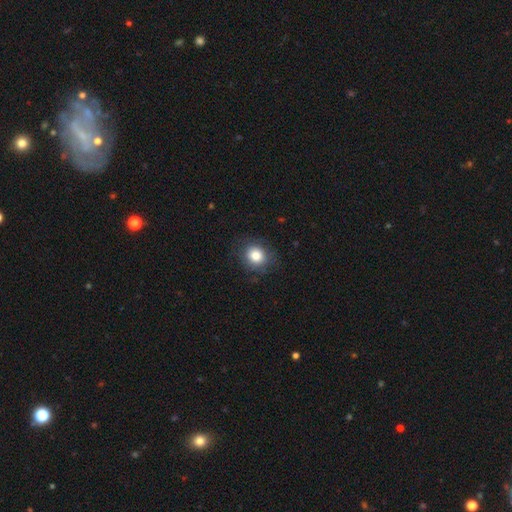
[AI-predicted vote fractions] smooth-or-featured: smooth: 81% | star or artifact: 11% | featured or disk: 8%
  how-rounded: round: 79% | in between: 20% | cigar-shaped: 1%
  merging: none: 84% | minor disturbance: 11% | major disturbance: 4% | merger: 1%